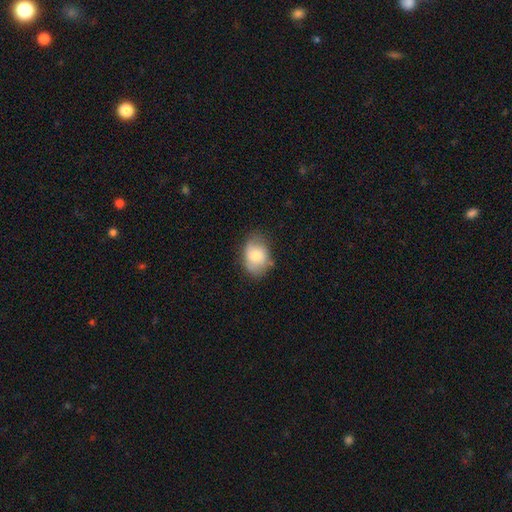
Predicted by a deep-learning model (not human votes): smooth 73%, featured or disk 20%, star or artifact 8%. Down the decision tree: how rounded — in between (75%); merging — none (66%).